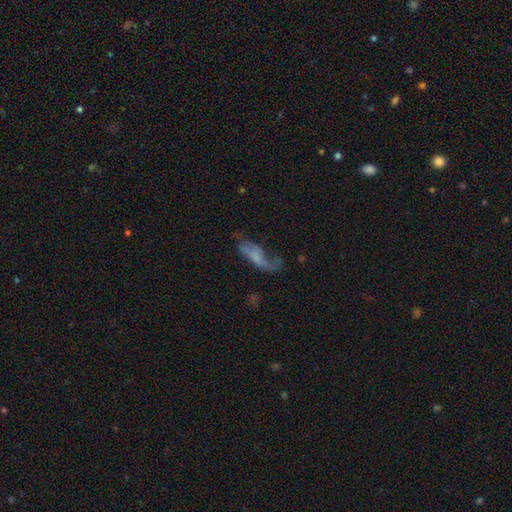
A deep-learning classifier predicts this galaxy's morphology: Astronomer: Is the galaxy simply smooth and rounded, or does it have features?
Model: featured or disk — 51% (runner-up: smooth, 39%).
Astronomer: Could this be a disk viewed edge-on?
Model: no — 86%.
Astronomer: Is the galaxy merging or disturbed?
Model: major disturbance — 41% (runner-up: none, 32%).